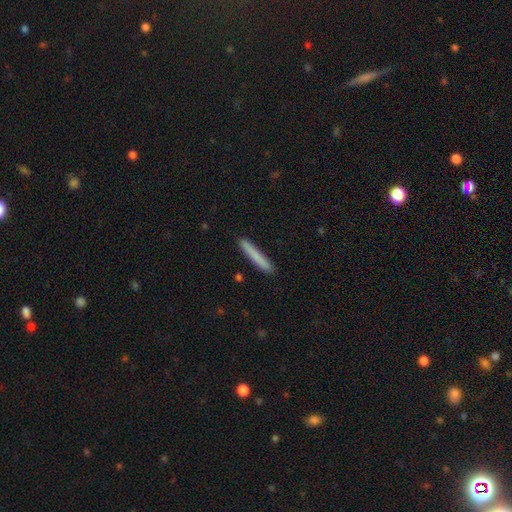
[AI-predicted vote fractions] This appears to be a smooth galaxy with no disk features (80%) that is cigar-shaped (96%). Merging: none (91%).